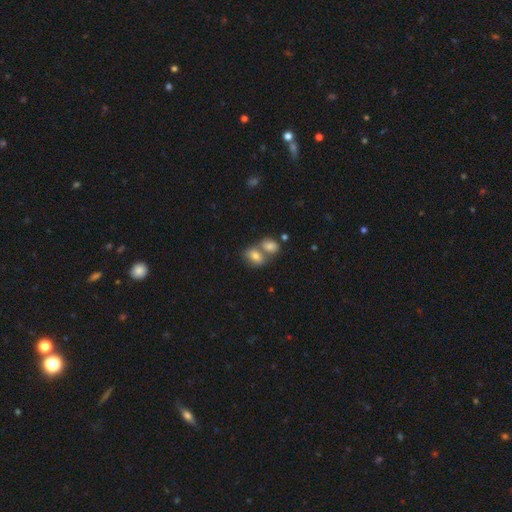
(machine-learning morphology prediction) This is likely a smooth galaxy (79%). How rounded: likely in between (75%). Merging: possibly merger (57%).